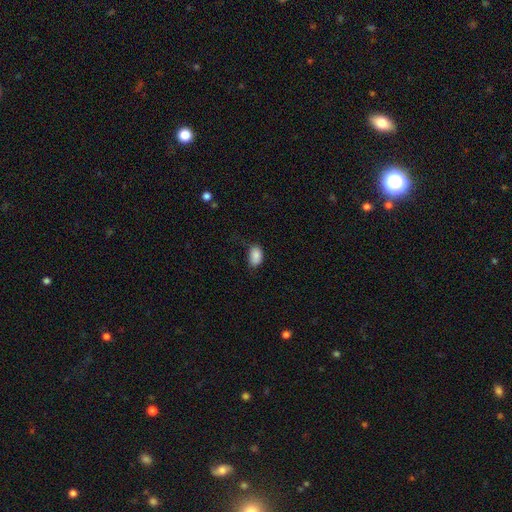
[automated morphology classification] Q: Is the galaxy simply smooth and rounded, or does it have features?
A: smooth — 87%.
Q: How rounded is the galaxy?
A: in between — 89%.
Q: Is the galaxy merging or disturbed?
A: none — 63%.